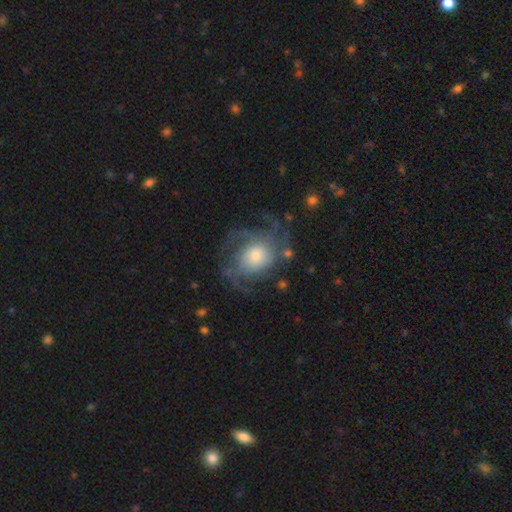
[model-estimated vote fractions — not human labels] featured or disk 72%, smooth 20%, star or artifact 8%. Down the decision tree: edge-on disk — no (97%); bar — no (76%); spiral arms — yes (88%); spiral arm count — can't tell (33%); spiral winding — medium (42%); bulge size — moderate (43%); merging — none (56%).